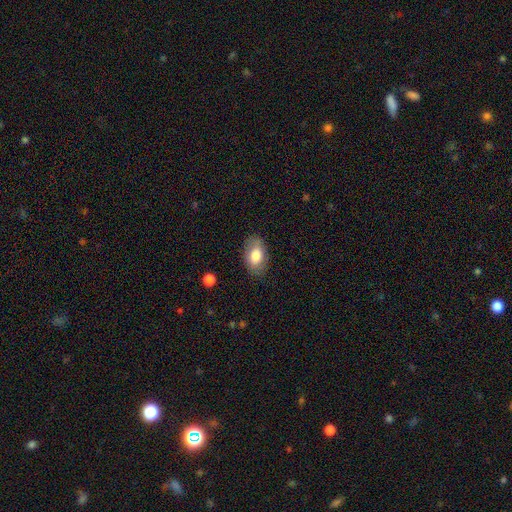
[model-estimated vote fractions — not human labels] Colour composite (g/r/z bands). It shows a smooth galaxy with no disk features (78%) that is in between round and cigar-shaped (91%). Merging: none (81%).